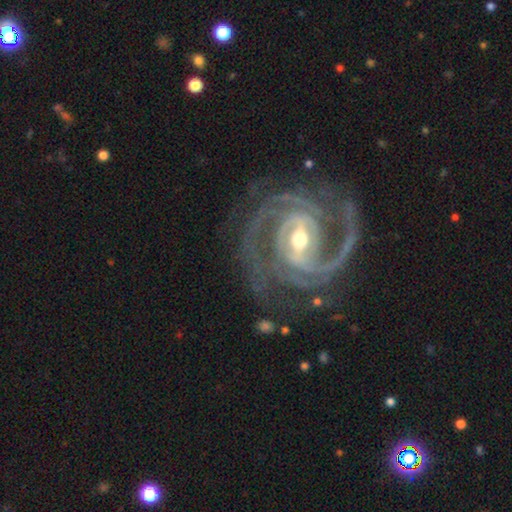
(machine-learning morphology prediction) type=featured or disk (93%); edge-on=no (98%); bar=strong (50%); spiral arms=yes (99%); winding=tight (48%); arm count=2 (72%); bulge=moderate (49%); merging=none (77%).